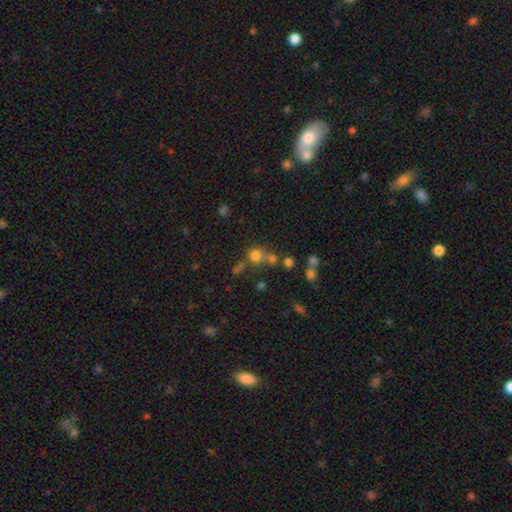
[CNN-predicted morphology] type=smooth (71%); roundness=round (88%); merging=none (56%).